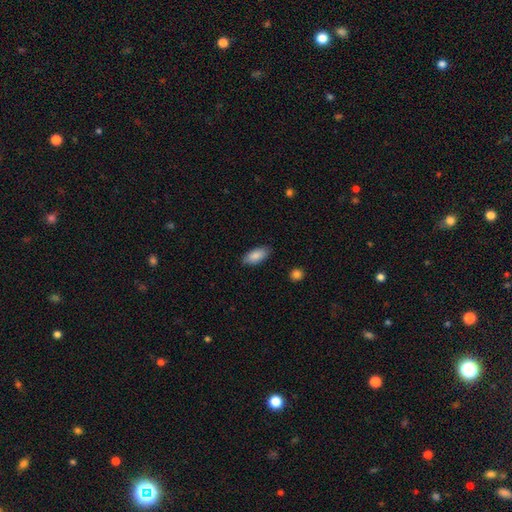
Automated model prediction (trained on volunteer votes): Smooth or featured? Predicted: smooth (p=0.87). How rounded? Predicted: in between (p=0.90). Merging? Predicted: none (p=0.85).